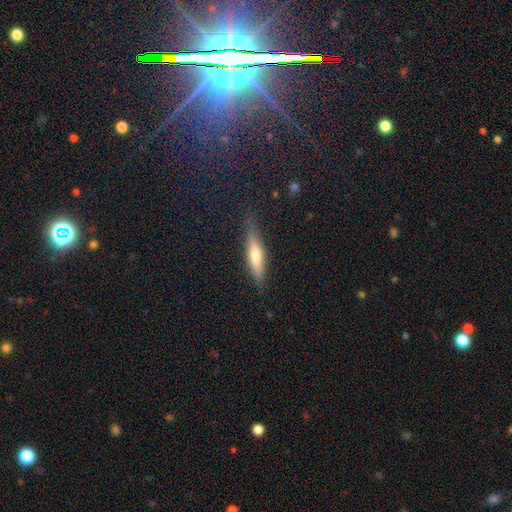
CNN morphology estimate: This appears to be a smooth galaxy with no disk features (49%). Merging: none (83%).